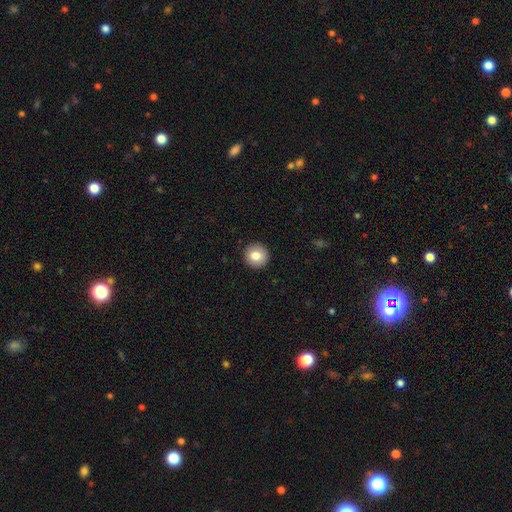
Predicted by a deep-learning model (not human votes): Overall: smooth (83%). How rounded: round (95%). Merging: none (93%).